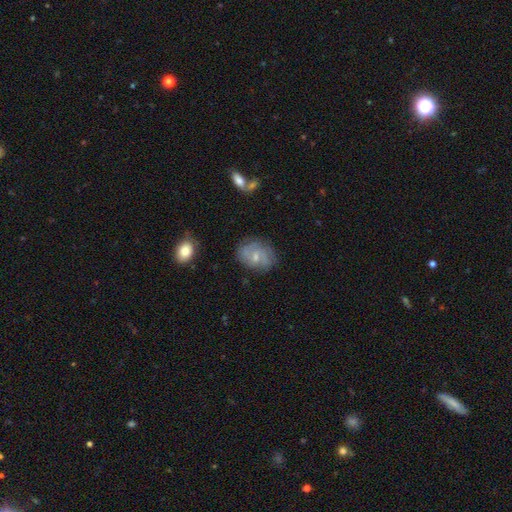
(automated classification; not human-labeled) Smooth or featured? featured or disk (52%)
Edge-on disk? no (96%)
Merging? none (71%)